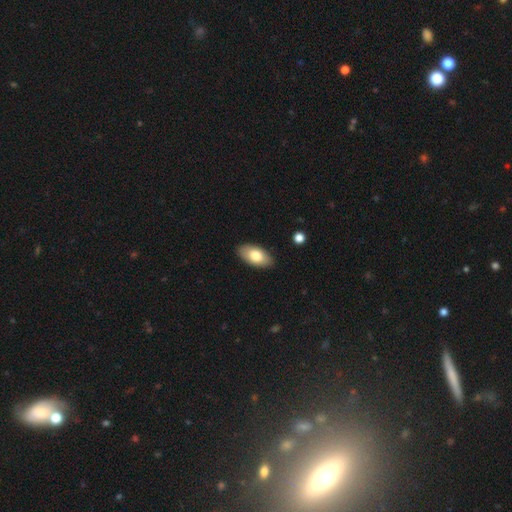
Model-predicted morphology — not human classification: The model was most divided on "smooth or featured": smooth: 77%, featured or disk: 17%, star or artifact: 6%. More confident: how rounded — in between (94%); merging — none (88%).